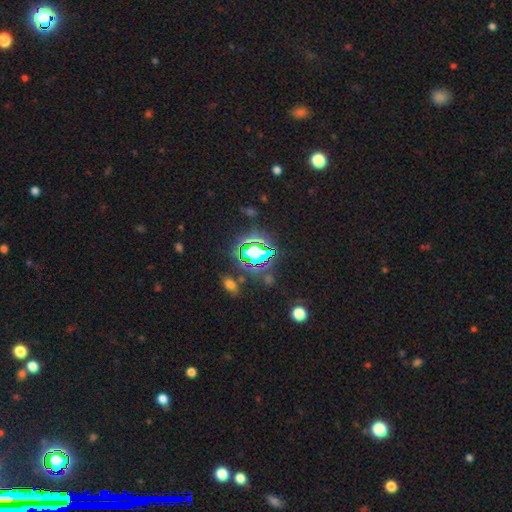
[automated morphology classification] star or artifact 79%, smooth 14%, featured or disk 8%.